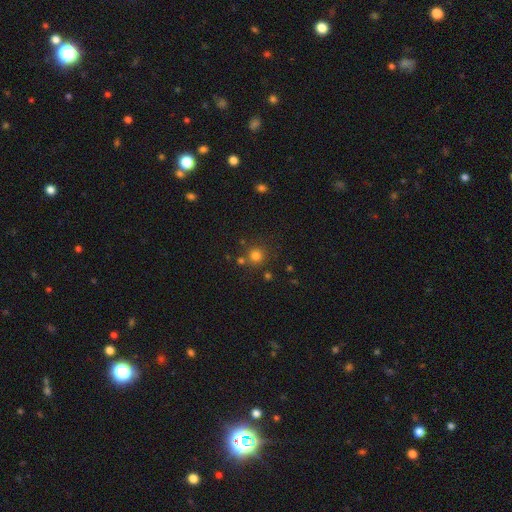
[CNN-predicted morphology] A smooth galaxy with no disk features (77%) that is round (93%).

Vote fractions:
- Smooth or featured? smooth: 77% / star or artifact: 17% / featured or disk: 6%
- How rounded? round: 93% / in between: 6% / cigar-shaped: 1%
- Merging? none: 78% / merger: 11% / minor disturbance: 8% / major disturbance: 3%